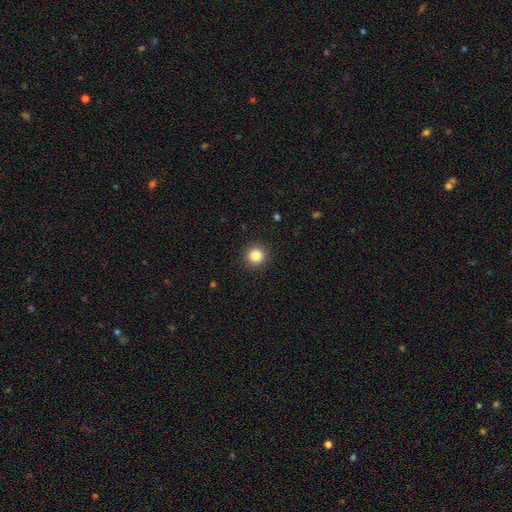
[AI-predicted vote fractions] smooth_or_featured: smooth (p=0.85) [alt: star or artifact p=0.11]
how_rounded: round (p=0.94) [alt: in between p=0.05]
merging: none (p=0.92) [alt: minor disturbance p=0.05]